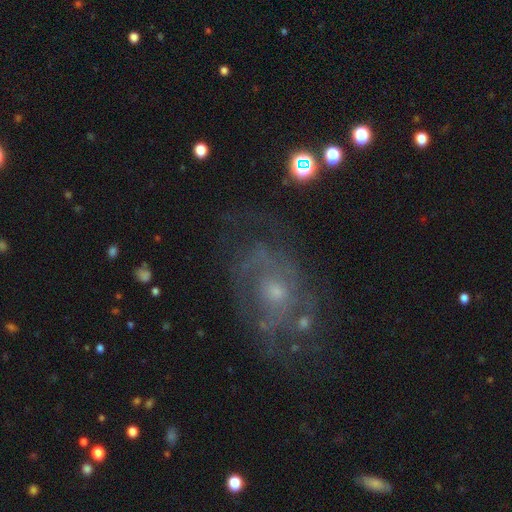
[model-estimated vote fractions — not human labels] Morphology: type=featured or disk (73%); edge-on=no (96%); bar=no (77%); spiral arms=yes (78%); winding=tight (47%); arm count=can't tell (46%); bulge=small (58%); merging=none (65%).